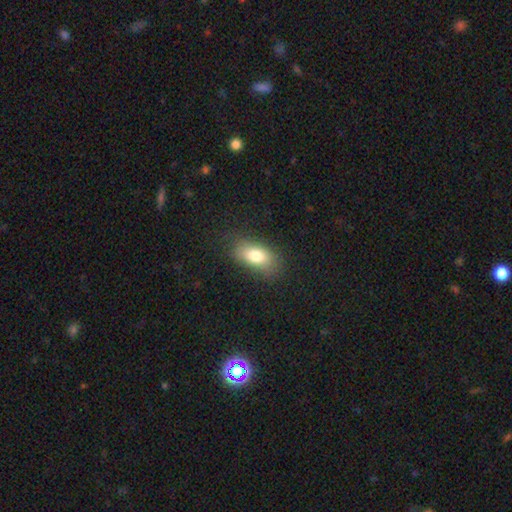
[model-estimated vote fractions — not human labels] Overall: smooth (79%). How rounded: in between (87%). Merging: none (78%).